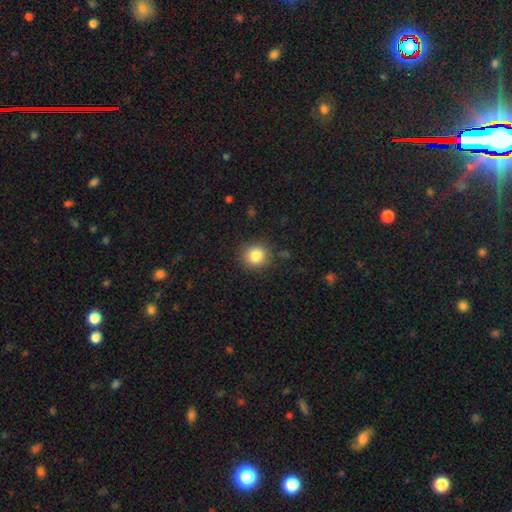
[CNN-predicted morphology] This appears to be a smooth galaxy with no disk features (84%) that is round (91%). Merging: none (89%).